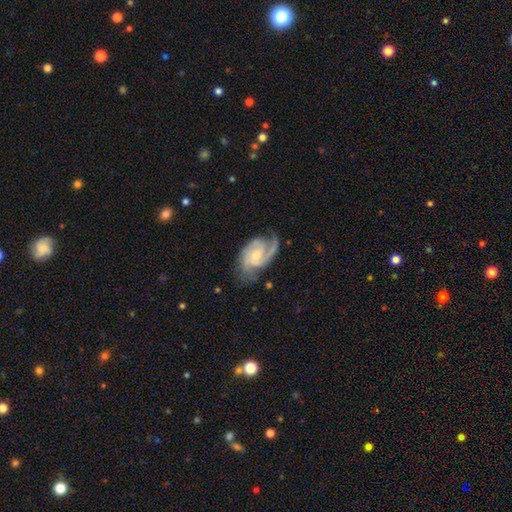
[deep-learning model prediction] Q: Smooth or featured?
A: featured or disk (85%); runner-up: smooth (10%)
Q: Edge-on disk?
A: no (97%); runner-up: yes (3%)
Q: Bar?
A: no (57%); runner-up: weak (37%)
Q: Spiral arms?
A: yes (96%); runner-up: no (4%)
Q: Spiral winding?
A: medium (48%); runner-up: tight (35%)
Q: Spiral arm count?
A: 2 (51%); runner-up: 3 (21%)
Q: Bulge size?
A: small (57%); runner-up: moderate (37%)
Q: Merging?
A: none (61%); runner-up: minor disturbance (24%)